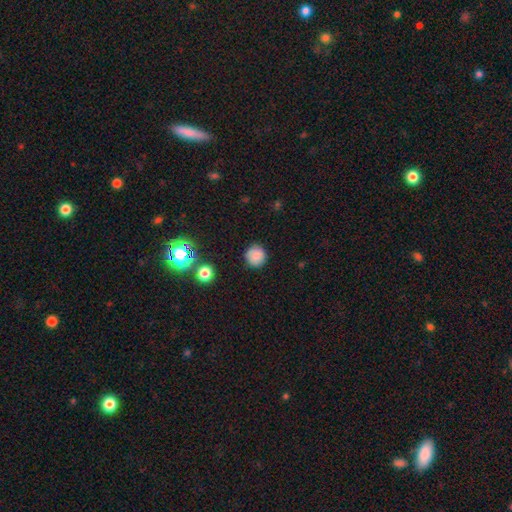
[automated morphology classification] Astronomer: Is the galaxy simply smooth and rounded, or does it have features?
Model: smooth — 83%.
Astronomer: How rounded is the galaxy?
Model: round — 94%.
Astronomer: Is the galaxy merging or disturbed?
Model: none — 87%.